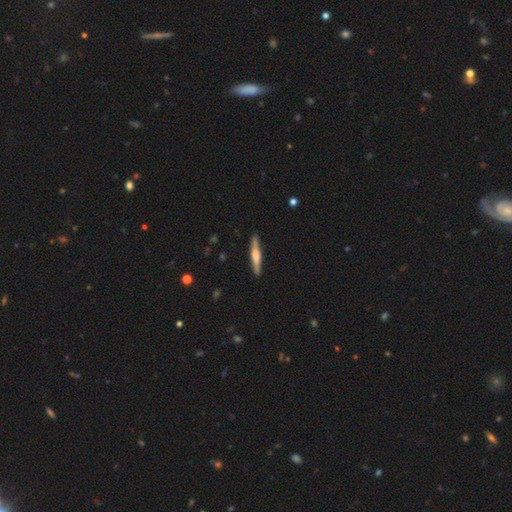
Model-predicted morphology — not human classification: featured or disk 52%, smooth 43%, star or artifact 5%. Down the decision tree: edge-on disk — yes (97%); edge-on bulge — rounded (58%); merging — none (90%).